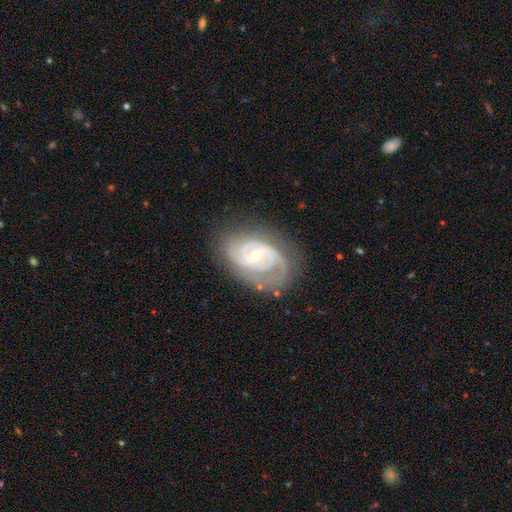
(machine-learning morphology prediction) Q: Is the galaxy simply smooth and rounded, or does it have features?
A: featured or disk — 86%.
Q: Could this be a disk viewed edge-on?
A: no — 97%.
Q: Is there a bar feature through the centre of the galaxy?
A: no — 65%.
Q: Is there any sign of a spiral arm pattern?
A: yes — 94%.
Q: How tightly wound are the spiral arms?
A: tight — 58%.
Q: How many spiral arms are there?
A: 2 — 48%.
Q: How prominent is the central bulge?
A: small — 65%.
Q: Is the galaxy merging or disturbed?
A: none — 70%.